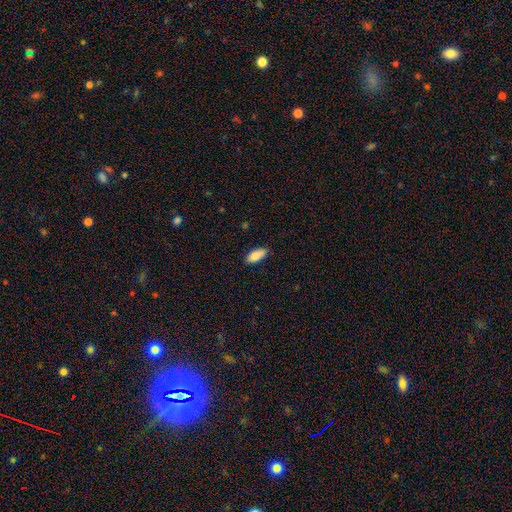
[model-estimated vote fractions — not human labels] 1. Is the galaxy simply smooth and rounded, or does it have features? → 84% smooth, 10% featured or disk, 6% star or artifact.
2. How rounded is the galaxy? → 83% in between, 15% cigar-shaped, 2% round.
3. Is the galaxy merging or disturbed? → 84% none, 13% minor disturbance, 2% major disturbance, 1% merger.